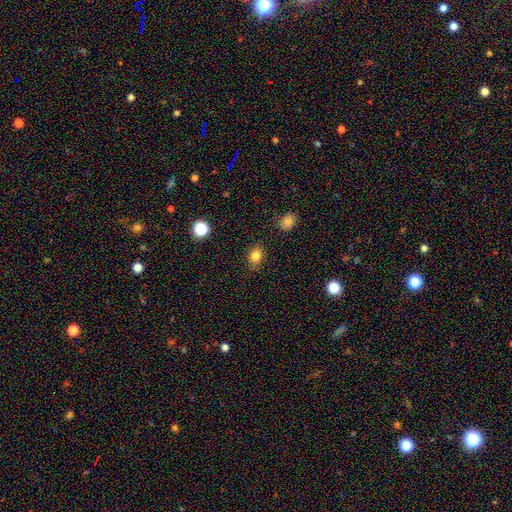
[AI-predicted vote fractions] This appears to be a smooth galaxy with no disk features (82%) that is in between round and cigar-shaped (58%). Merging: none (84%).